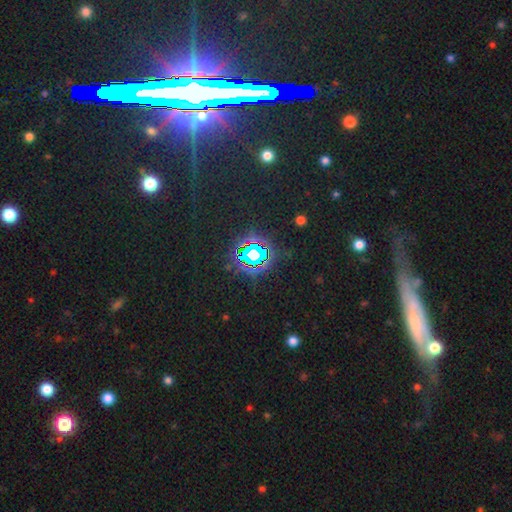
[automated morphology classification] star or artifact 77%, smooth 13%, featured or disk 10%.